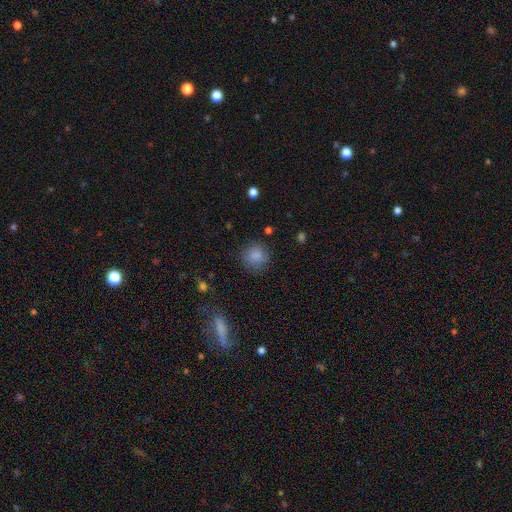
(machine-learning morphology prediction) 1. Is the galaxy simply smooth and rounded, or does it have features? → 84% smooth, 10% star or artifact, 6% featured or disk.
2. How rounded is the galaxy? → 88% round, 11% in between, 1% cigar-shaped.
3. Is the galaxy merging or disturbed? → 81% none, 13% minor disturbance, 5% major disturbance, 2% merger.